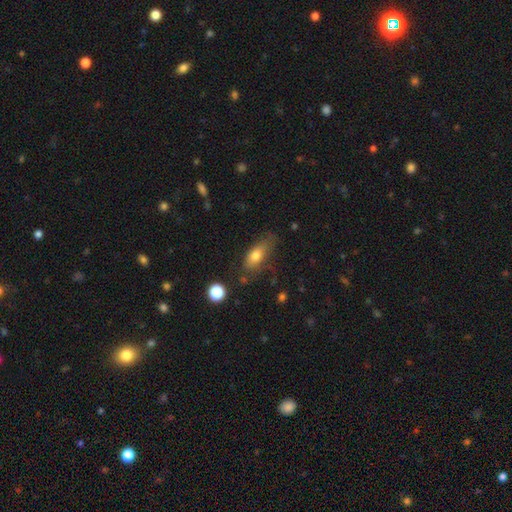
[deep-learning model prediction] Q: Smooth or featured?
A: smooth (73%); runner-up: featured or disk (18%)
Q: How rounded?
A: in between (77%); runner-up: cigar-shaped (18%)
Q: Merging?
A: none (58%); runner-up: minor disturbance (27%)